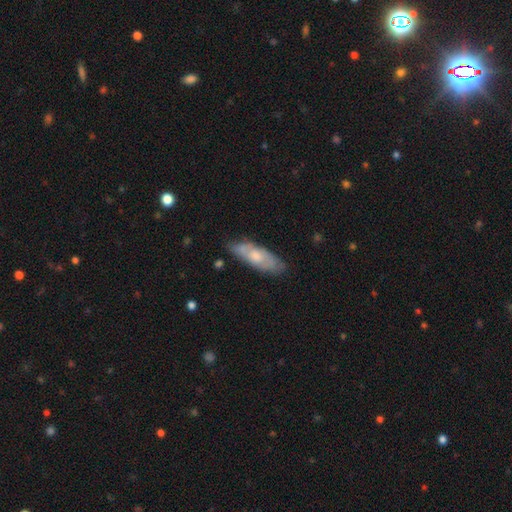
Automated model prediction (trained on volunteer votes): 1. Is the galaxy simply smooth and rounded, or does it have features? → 53% smooth, 41% featured or disk, 6% star or artifact.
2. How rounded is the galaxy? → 59% in between, 40% cigar-shaped, 2% round.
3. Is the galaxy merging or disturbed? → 69% none, 24% minor disturbance, 5% major disturbance, 2% merger.